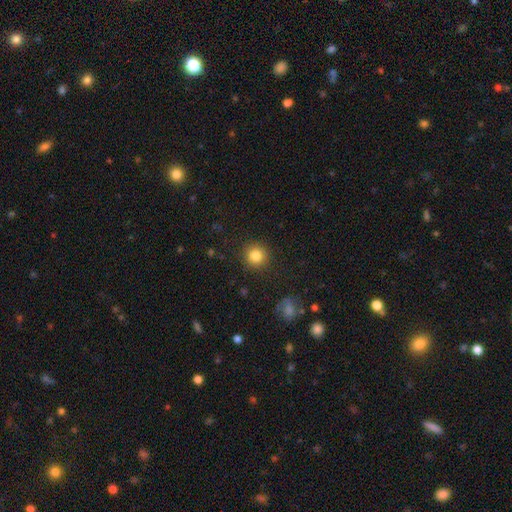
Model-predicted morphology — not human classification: This appears to be a smooth galaxy with no disk features (83%) that is round (94%). Merging: none (91%).